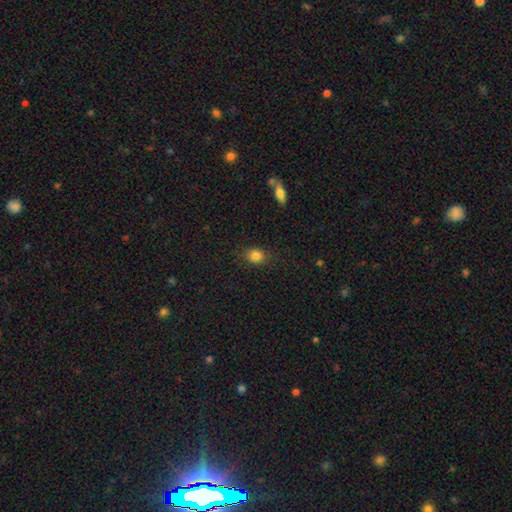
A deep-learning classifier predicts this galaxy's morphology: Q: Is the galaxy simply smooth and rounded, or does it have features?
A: smooth — 83%.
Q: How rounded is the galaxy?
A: round — 58%.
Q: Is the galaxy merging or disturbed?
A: none — 83%.